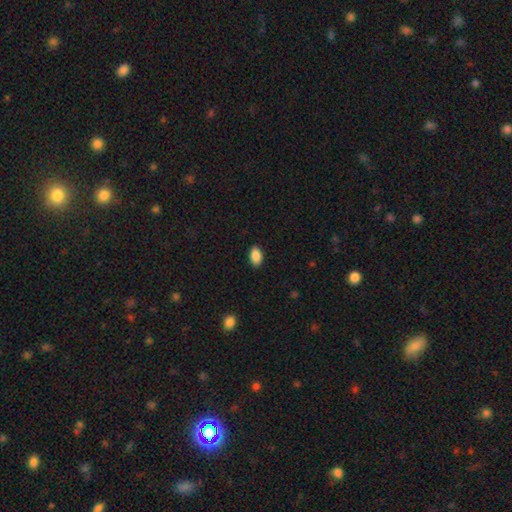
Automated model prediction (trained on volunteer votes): smooth 89%, star or artifact 8%, featured or disk 4%. Down the decision tree: how rounded — in between (93%); merging — none (89%).